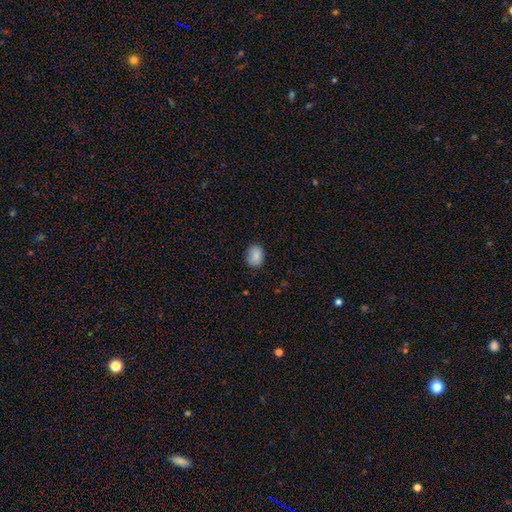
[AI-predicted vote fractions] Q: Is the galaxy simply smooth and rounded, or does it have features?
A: smooth — 87%.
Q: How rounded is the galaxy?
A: in between — 56%.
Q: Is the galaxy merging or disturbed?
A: none — 79%.